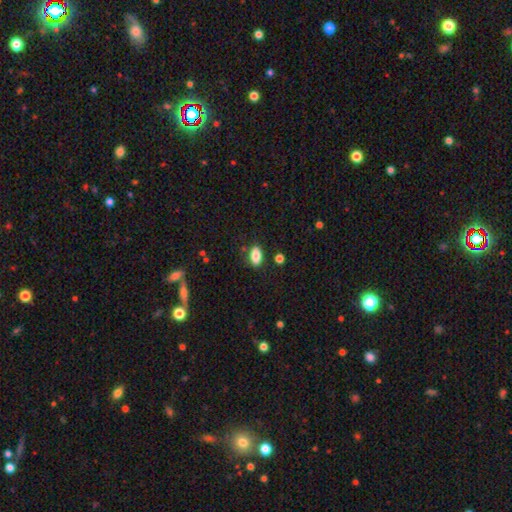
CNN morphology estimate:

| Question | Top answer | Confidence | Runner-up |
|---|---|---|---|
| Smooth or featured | smooth | 85% | star or artifact (8%) |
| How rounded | in between | 90% | cigar-shaped (5%) |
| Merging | none | 81% | minor disturbance (12%) |